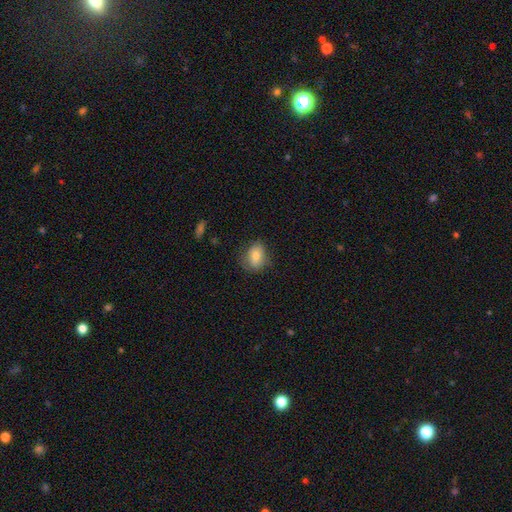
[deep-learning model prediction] This is likely a smooth galaxy (77%). How rounded: likely in between (63%). Merging: likely none (70%).